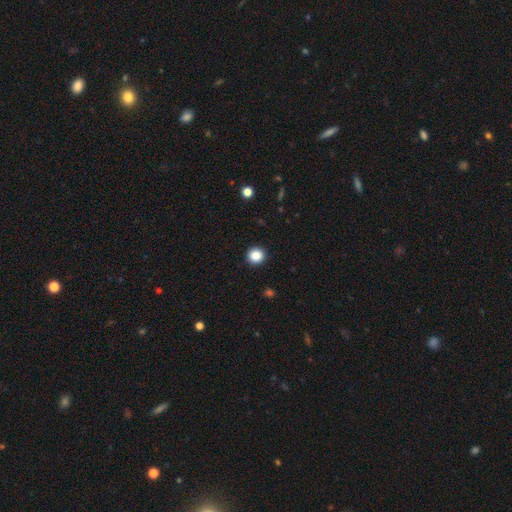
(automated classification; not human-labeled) A smooth galaxy with no disk features (87%) that is round (93%).

Vote fractions:
- Smooth or featured? smooth: 87% / star or artifact: 10% / featured or disk: 3%
- How rounded? round: 93% / in between: 6% / cigar-shaped: 1%
- Merging? none: 93% / minor disturbance: 5% / major disturbance: 2% / merger: 1%